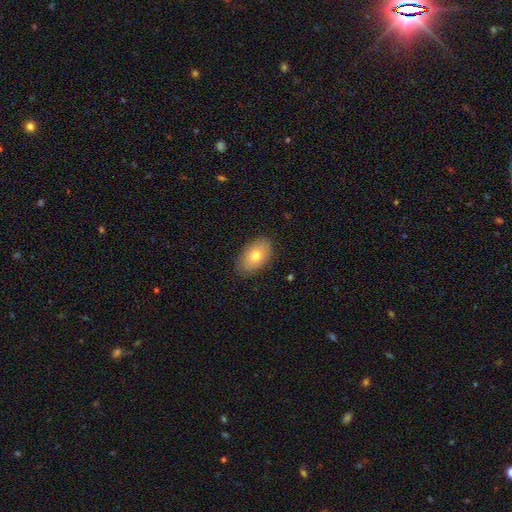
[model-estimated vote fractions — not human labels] Smooth or featured? smooth (73%)
How rounded? in between (91%)
Merging? none (85%)